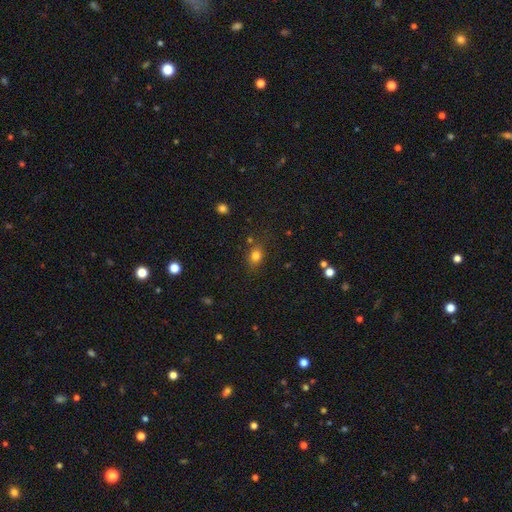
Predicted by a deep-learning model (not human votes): Q: Smooth or featured?
A: smooth (80%); runner-up: star or artifact (13%)
Q: How rounded?
A: in between (56%); runner-up: round (43%)
Q: Merging?
A: none (76%); runner-up: minor disturbance (15%)